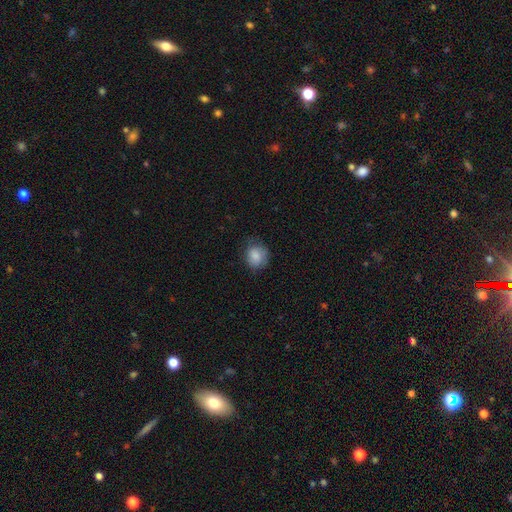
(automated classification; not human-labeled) This appears to be a smooth galaxy with no disk features (85%) that is round (75%). Merging: none (70%).